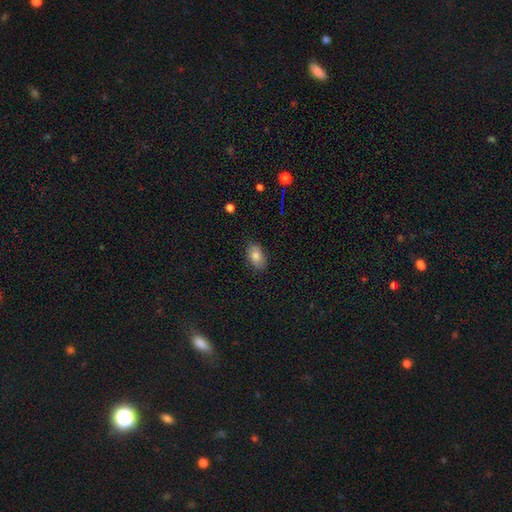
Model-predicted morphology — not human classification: Smooth or featured? Predicted: smooth (p=0.80). How rounded? Predicted: in between (p=0.89). Merging? Predicted: none (p=0.81).